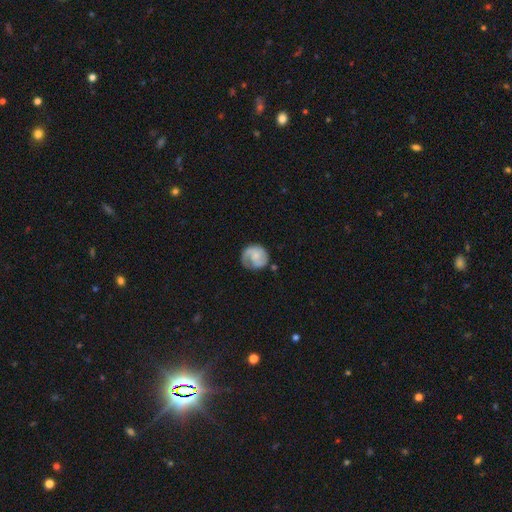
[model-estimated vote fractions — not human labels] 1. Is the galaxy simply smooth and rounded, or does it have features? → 62% featured or disk, 31% smooth, 6% star or artifact.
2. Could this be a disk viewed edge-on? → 98% no, 2% yes.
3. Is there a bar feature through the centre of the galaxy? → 66% no, 29% weak, 5% strong.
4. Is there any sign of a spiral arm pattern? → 90% yes, 10% no.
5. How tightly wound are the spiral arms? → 42% tight, 41% medium, 17% loose.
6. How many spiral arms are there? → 56% 2, 23% 1, 13% can't tell, 6% 3, 1% 4, 1% more than 4.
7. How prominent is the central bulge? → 52% small, 26% moderate, 18% none, 3% large, 1% dominant.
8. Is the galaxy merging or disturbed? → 64% none, 23% minor disturbance, 11% major disturbance, 3% merger.